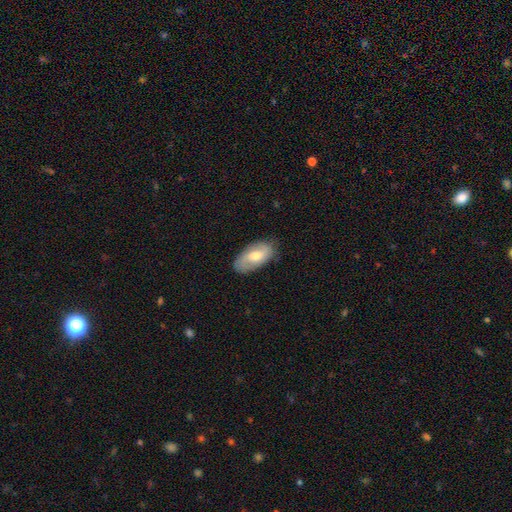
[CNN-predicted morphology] Q: Smooth or featured?
A: smooth (54%); runner-up: featured or disk (40%)
Q: How rounded?
A: in between (92%); runner-up: cigar-shaped (4%)
Q: Merging?
A: none (77%); runner-up: minor disturbance (18%)